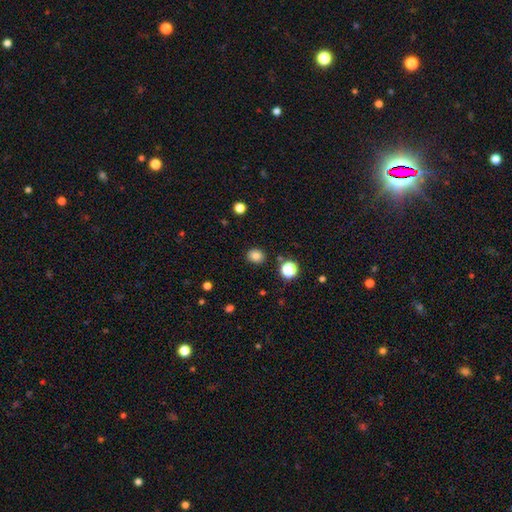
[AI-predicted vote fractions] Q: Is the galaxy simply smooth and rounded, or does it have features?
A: smooth — 81%.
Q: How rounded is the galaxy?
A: round — 75%.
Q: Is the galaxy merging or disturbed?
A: none — 88%.